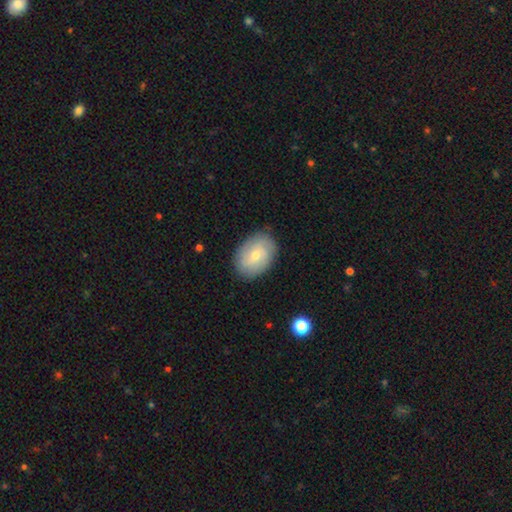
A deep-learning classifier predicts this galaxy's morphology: Q: Smooth or featured?
A: smooth (53%); runner-up: featured or disk (40%)
Q: How rounded?
A: in between (76%); runner-up: round (22%)
Q: Merging?
A: none (84%); runner-up: minor disturbance (12%)